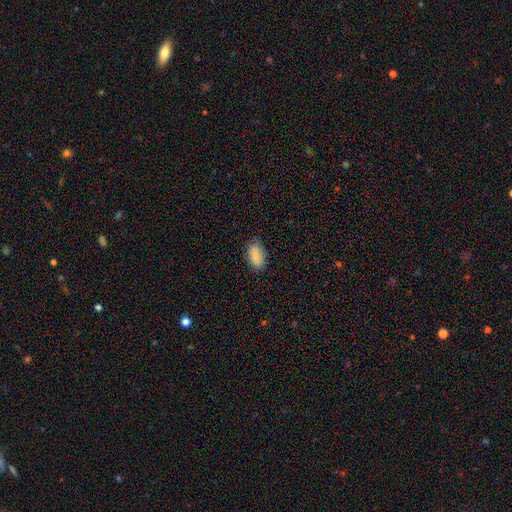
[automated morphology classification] Smooth or featured? Predicted: smooth (p=0.86). How rounded? Predicted: in between (p=0.92). Merging? Predicted: none (p=0.81).